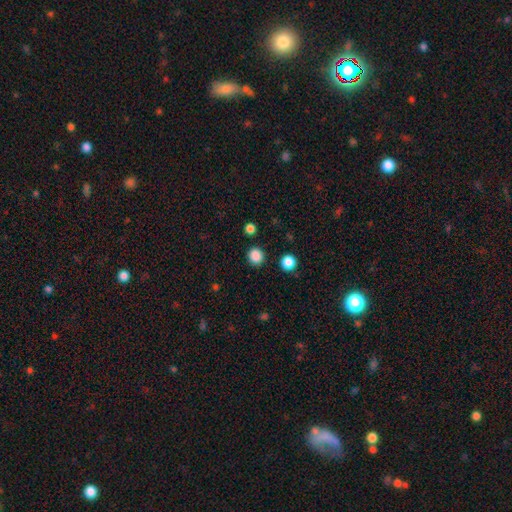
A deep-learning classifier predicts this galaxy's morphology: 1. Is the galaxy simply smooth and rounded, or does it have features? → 86% smooth, 12% star or artifact, 3% featured or disk.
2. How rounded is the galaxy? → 89% round, 11% in between, 1% cigar-shaped.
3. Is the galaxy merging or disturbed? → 89% none, 6% minor disturbance, 2% merger, 2% major disturbance.